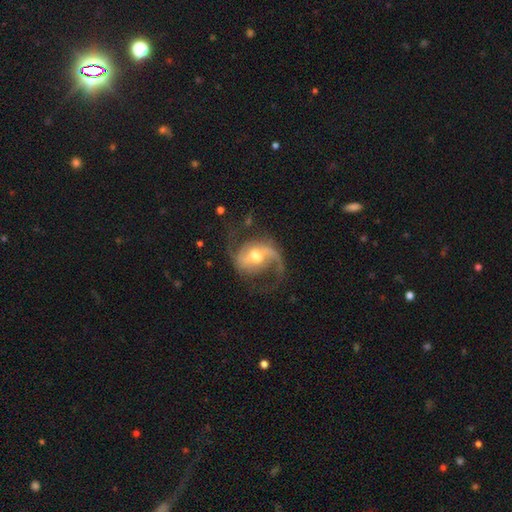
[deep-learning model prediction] This appears to be a featured or disk galaxy (87%) with a weak bar (45%), 2 (75%) loose (47%) spiral arms (96%) and a moderate central bulge (71%). Merging: none (61%).